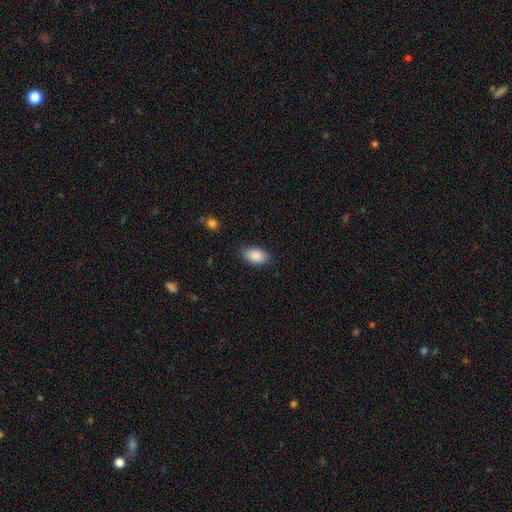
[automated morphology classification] Smooth or featured?
  - smooth: 89% *
  - star or artifact: 7%
  - featured or disk: 5%
How rounded?
  - in between: 93% *
  - round: 5%
  - cigar-shaped: 2%
Merging?
  - none: 83% *
  - minor disturbance: 13%
  - major disturbance: 3%
  - merger: 1%